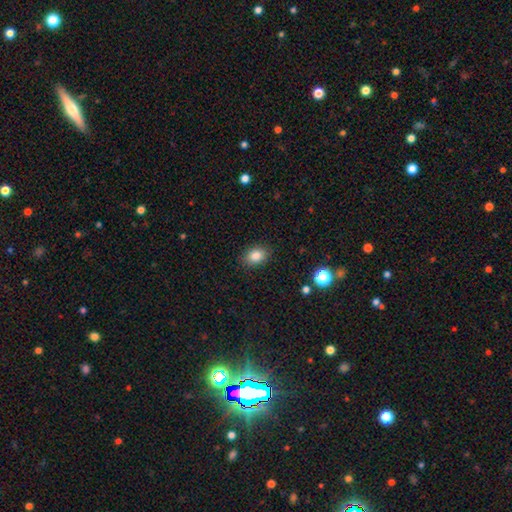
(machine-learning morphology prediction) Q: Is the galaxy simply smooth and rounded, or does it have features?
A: smooth — 85%.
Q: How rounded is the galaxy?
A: in between — 70%.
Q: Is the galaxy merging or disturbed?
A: none — 87%.